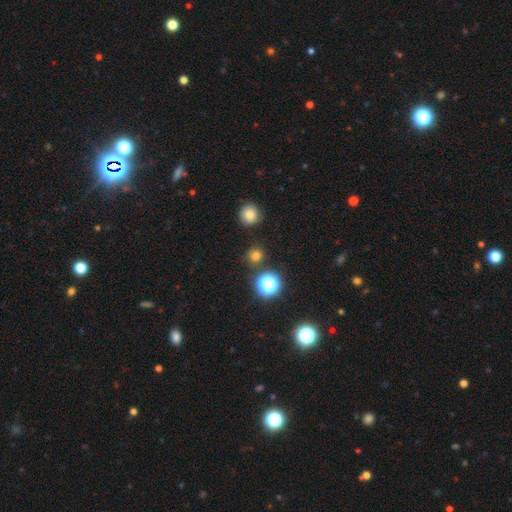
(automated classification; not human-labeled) Overall: smooth (72%). How rounded: round (91%). Merging: none (85%).